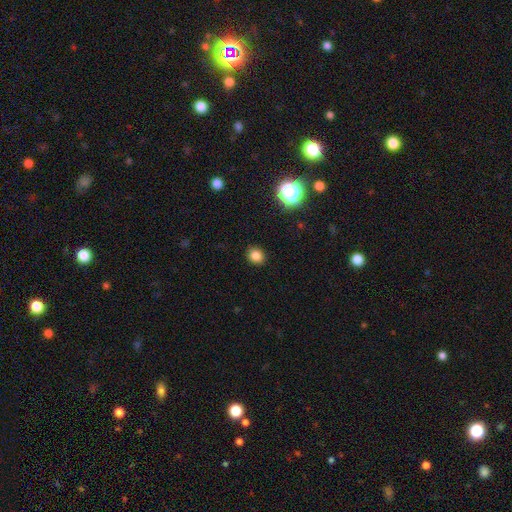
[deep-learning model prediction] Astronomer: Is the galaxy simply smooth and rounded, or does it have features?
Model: smooth — 82%.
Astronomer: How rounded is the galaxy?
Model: round — 72%.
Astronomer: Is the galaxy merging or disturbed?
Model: none — 90%.